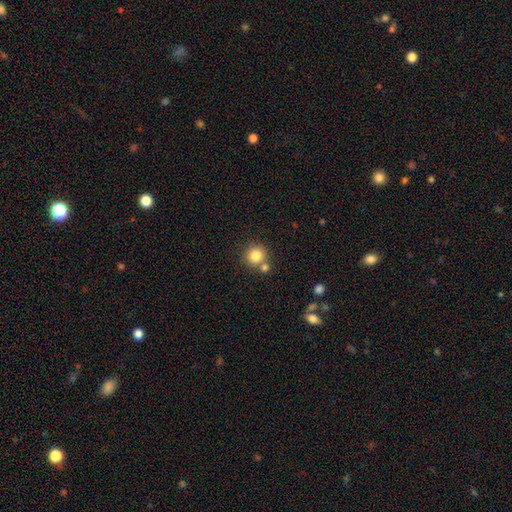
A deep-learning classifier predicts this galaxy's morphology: smooth_or_featured: smooth (p=0.82) [alt: star or artifact p=0.11]
how_rounded: round (p=0.92) [alt: in between p=0.07]
merging: none (p=0.67) [alt: merger p=0.22]